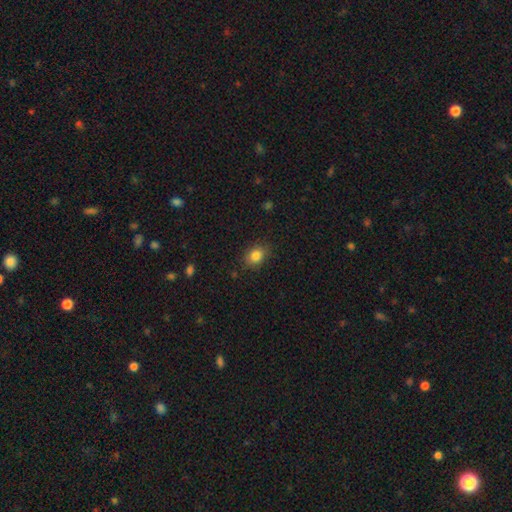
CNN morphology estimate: Overall: smooth (84%). How rounded: in between (57%; round 42%). Merging: none (84%).